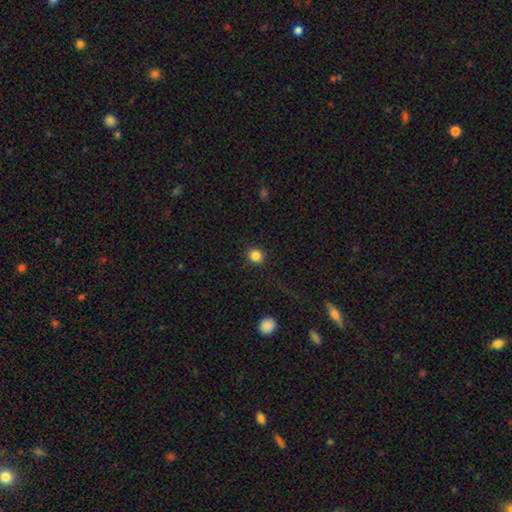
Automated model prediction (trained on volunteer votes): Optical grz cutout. It shows a smooth galaxy with no disk features (85%) that is round (87%). Merging: none (90%).